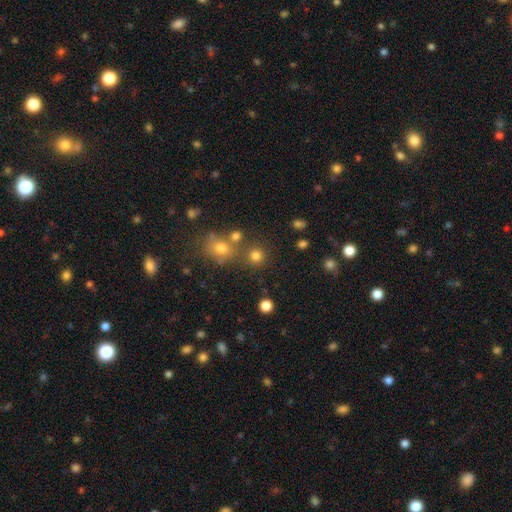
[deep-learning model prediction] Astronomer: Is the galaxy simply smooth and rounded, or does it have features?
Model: smooth — 77%.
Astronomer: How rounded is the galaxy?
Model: round — 90%.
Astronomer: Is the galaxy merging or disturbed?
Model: none — 74%.